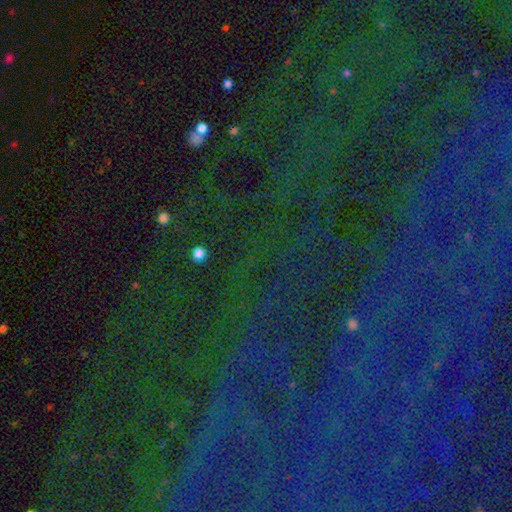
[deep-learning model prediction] Q: Smooth or featured?
A: star or artifact (81%); runner-up: featured or disk (9%)